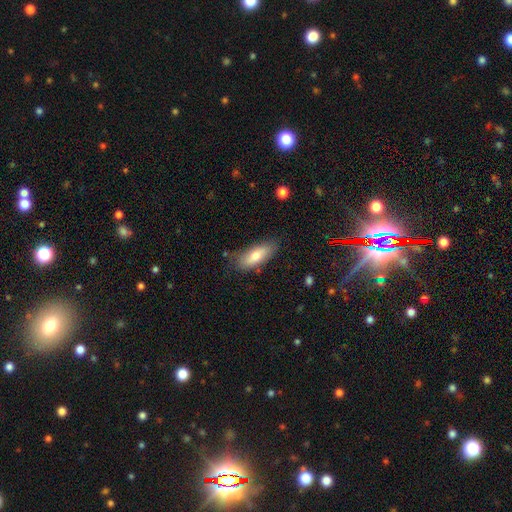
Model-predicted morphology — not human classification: smooth_or_featured: smooth (p=0.74) [alt: featured or disk p=0.19]
how_rounded: in between (p=0.75) [alt: cigar-shaped p=0.23]
merging: none (p=0.77) [alt: minor disturbance p=0.18]